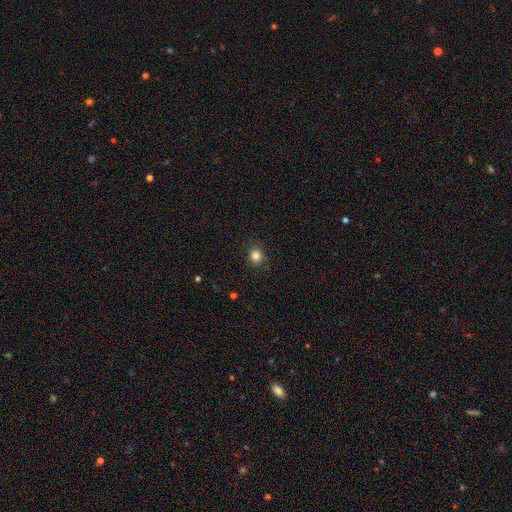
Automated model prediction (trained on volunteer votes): Q: Smooth or featured?
A: smooth (83%); runner-up: star or artifact (12%)
Q: How rounded?
A: round (80%); runner-up: in between (19%)
Q: Merging?
A: none (87%); runner-up: minor disturbance (10%)